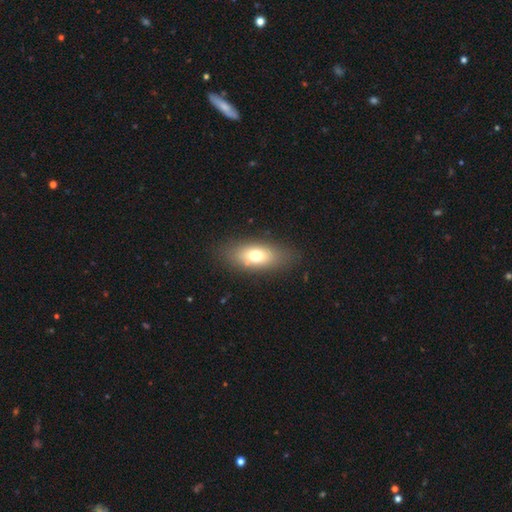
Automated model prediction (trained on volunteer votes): smooth 70%, featured or disk 21%, star or artifact 9%. Down the decision tree: how rounded — in between (82%); merging — none (82%).